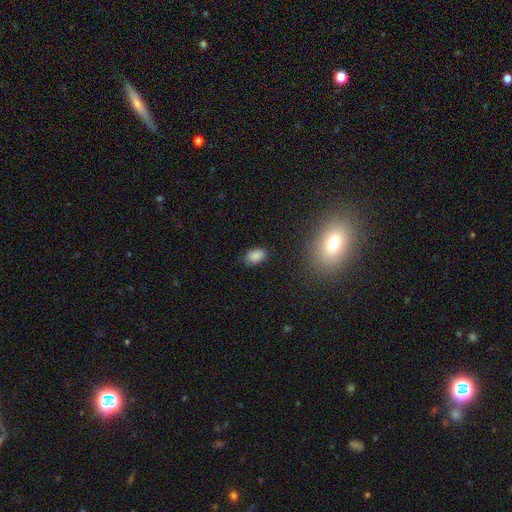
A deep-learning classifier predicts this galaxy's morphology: smooth 85%, star or artifact 11%, featured or disk 4%. Down the decision tree: how rounded — in between (88%); merging — none (81%).